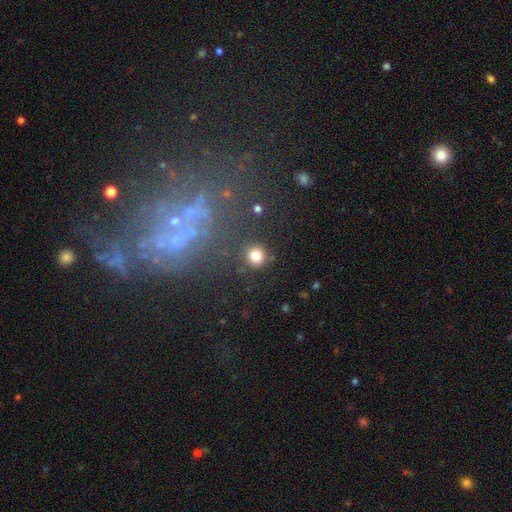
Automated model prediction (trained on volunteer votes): This is clearly a smooth galaxy (81%). How rounded: clearly round (92%). Merging: clearly none (86%).